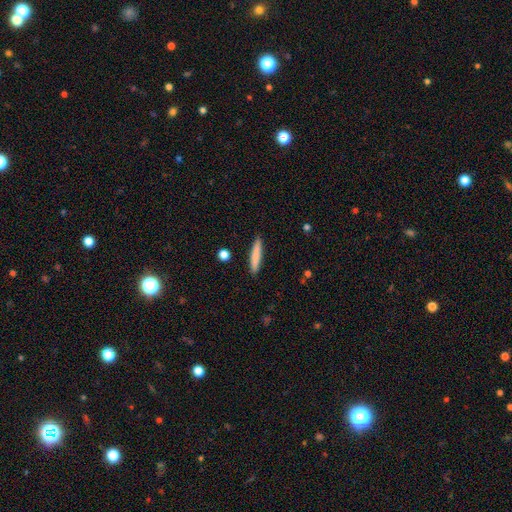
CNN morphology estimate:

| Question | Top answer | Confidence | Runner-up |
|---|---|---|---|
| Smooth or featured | smooth | 80% | featured or disk (14%) |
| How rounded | cigar-shaped | 92% | in between (7%) |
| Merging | none | 90% | minor disturbance (7%) |